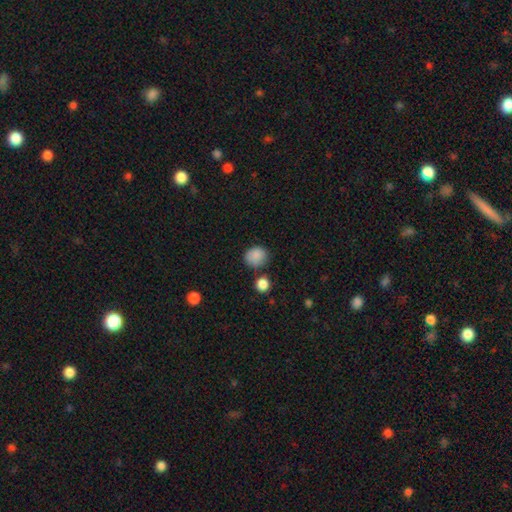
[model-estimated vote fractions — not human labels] Smooth or featured? Predicted: smooth (p=0.86). How rounded? Predicted: round (p=0.70). Merging? Predicted: none (p=0.71).